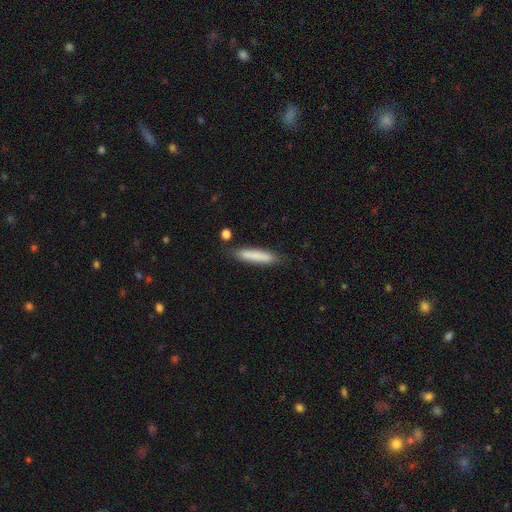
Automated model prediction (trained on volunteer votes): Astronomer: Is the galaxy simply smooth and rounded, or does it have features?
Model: smooth — 81%.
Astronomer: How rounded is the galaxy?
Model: cigar-shaped — 88%.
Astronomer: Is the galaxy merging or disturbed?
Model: none — 82%.